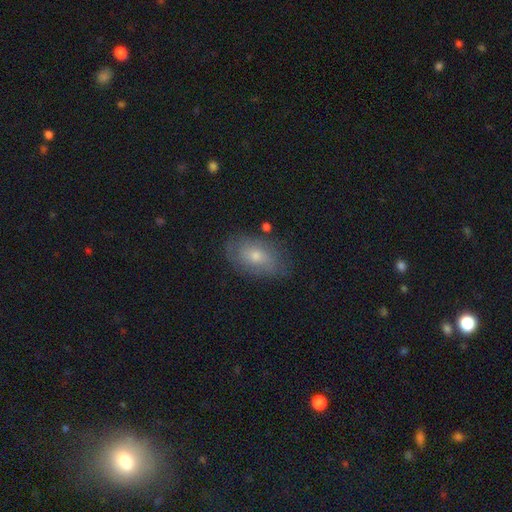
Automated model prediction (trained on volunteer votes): Smooth or featured? Predicted: smooth (p=0.48). Merging? Predicted: none (p=0.76).